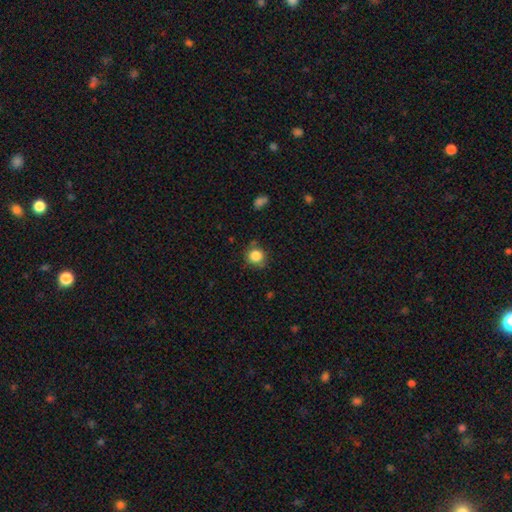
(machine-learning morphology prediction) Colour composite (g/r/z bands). It shows a smooth galaxy with no disk features (85%) that is round (88%). Merging: none (78%).